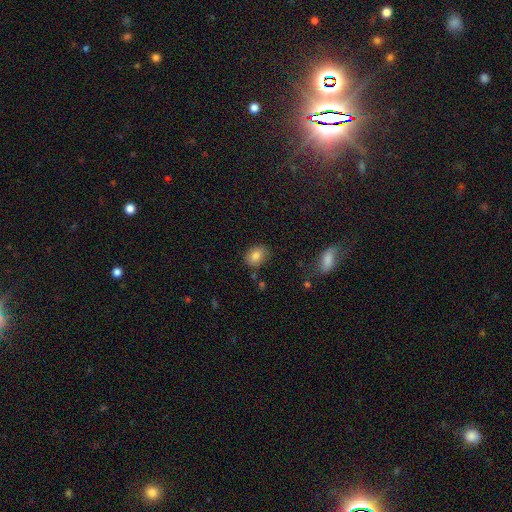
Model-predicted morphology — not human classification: smooth-or-featured: smooth: 82% | star or artifact: 10% | featured or disk: 8%
  how-rounded: in between: 56% | round: 43% | cigar-shaped: 1%
  merging: none: 80% | minor disturbance: 14% | major disturbance: 3% | merger: 3%